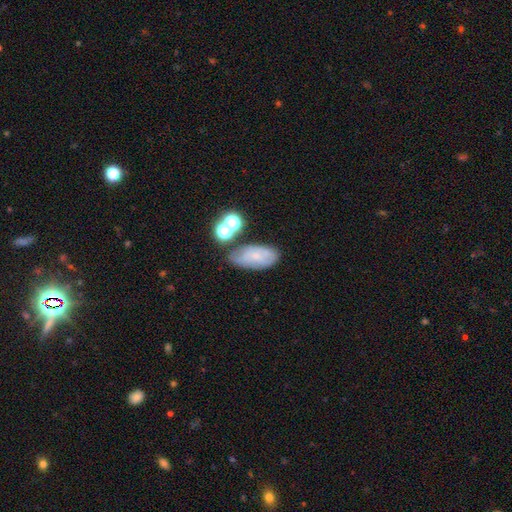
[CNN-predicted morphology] The model was most divided on "smooth or featured": smooth: 48%, featured or disk: 38%, star or artifact: 14%. More confident: merging — none (57%).